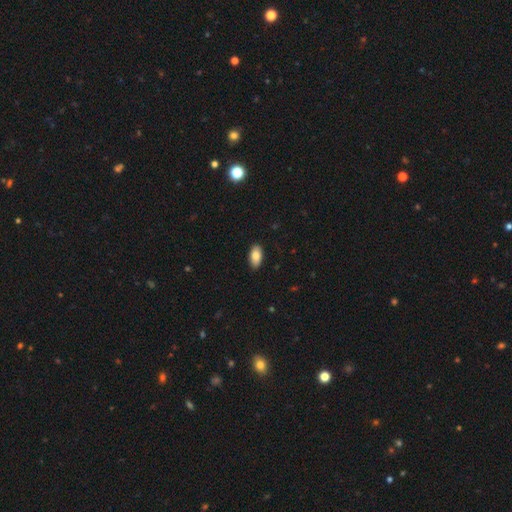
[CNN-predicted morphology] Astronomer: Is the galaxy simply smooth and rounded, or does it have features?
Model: smooth — 83%.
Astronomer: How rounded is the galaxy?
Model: in between — 93%.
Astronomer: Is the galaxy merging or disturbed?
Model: none — 88%.